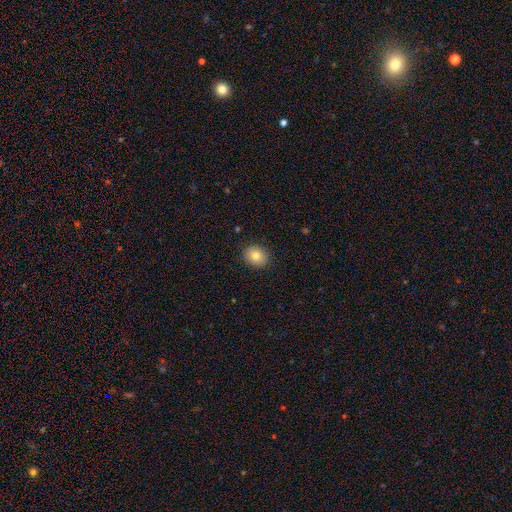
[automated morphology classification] Smooth or featured? smooth (81%)
How rounded? round (71%)
Merging? none (89%)